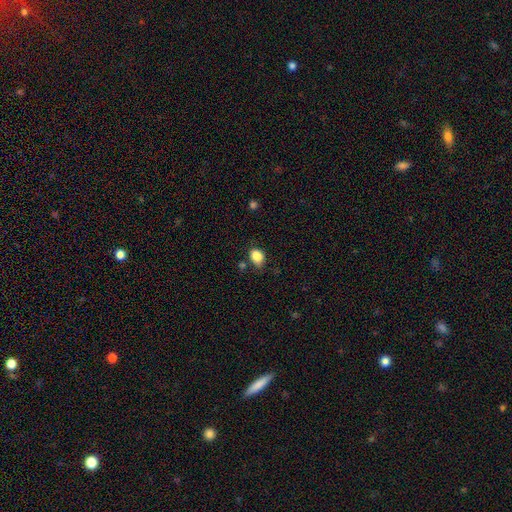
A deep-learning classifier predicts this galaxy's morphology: A smooth galaxy with no disk features (87%) that is in between round and cigar-shaped (63%).

Vote fractions:
- Smooth or featured? smooth: 87% / star or artifact: 9% / featured or disk: 4%
- How rounded? in between: 63% / round: 36% / cigar-shaped: 1%
- Merging? none: 72% / minor disturbance: 19% / major disturbance: 4% / merger: 4%